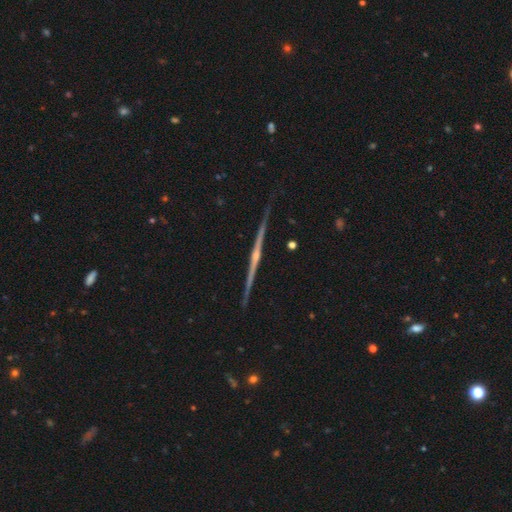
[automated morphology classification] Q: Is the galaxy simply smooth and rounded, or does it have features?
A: featured or disk — 86%.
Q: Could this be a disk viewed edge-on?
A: yes — 99%.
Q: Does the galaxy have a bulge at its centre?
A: rounded — 73%.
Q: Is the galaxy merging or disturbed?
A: none — 91%.